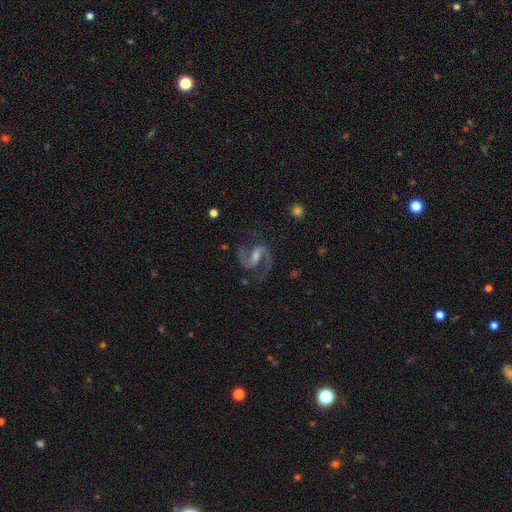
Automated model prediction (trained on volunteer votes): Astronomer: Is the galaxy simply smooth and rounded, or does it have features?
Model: featured or disk — 92%.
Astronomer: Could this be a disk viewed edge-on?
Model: no — 98%.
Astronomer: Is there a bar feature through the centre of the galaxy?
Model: weak — 47% (runner-up: strong, 38%).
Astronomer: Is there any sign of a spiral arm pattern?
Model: yes — 98%.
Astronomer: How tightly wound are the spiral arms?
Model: medium — 66%.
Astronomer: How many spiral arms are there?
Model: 2 — 94%.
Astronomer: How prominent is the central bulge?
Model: moderate — 44% (runner-up: small, 43%).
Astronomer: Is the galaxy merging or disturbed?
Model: none — 79%.